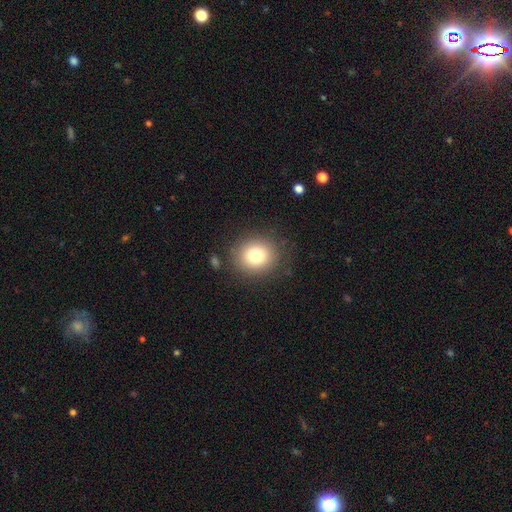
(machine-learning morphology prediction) Q: Smooth or featured?
A: smooth (79%); runner-up: star or artifact (11%)
Q: How rounded?
A: round (80%); runner-up: in between (19%)
Q: Merging?
A: none (85%); runner-up: minor disturbance (9%)